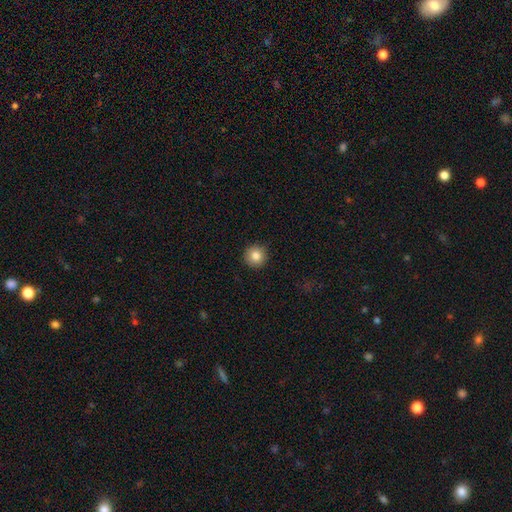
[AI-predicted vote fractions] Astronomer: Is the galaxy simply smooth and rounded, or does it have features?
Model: smooth — 83%.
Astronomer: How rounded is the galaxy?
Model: round — 95%.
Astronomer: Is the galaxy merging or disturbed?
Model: none — 91%.